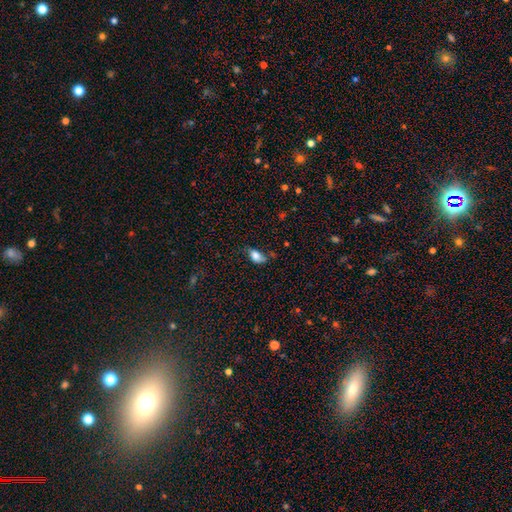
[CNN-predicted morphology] A smooth galaxy with no disk features (77%) that is in between round and cigar-shaped (89%).

Vote fractions:
- Smooth or featured? smooth: 77% / featured or disk: 14% / star or artifact: 9%
- How rounded? in between: 89% / round: 7% / cigar-shaped: 4%
- Merging? none: 47% / minor disturbance: 33% / major disturbance: 15% / merger: 5%